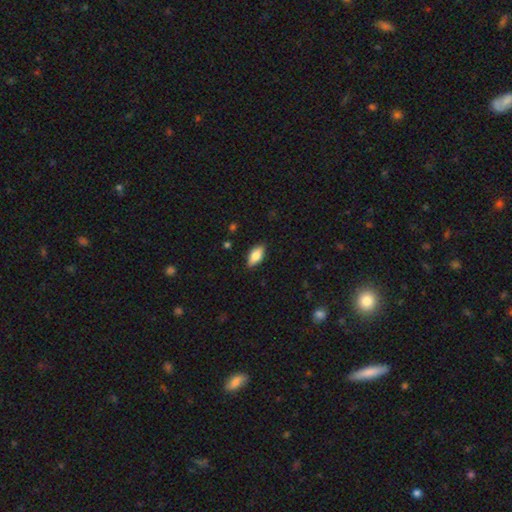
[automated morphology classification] smooth-or-featured: smooth: 75% | featured or disk: 18% | star or artifact: 7%
  how-rounded: in between: 87% | cigar-shaped: 9% | round: 3%
  merging: none: 87% | minor disturbance: 10% | major disturbance: 2% | merger: 1%